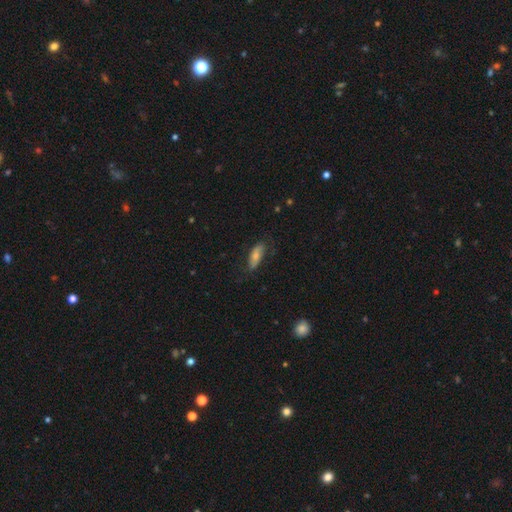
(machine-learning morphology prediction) Overall: smooth (64%; featured or disk 29%). How rounded: in between (76%). Merging: none (68%).